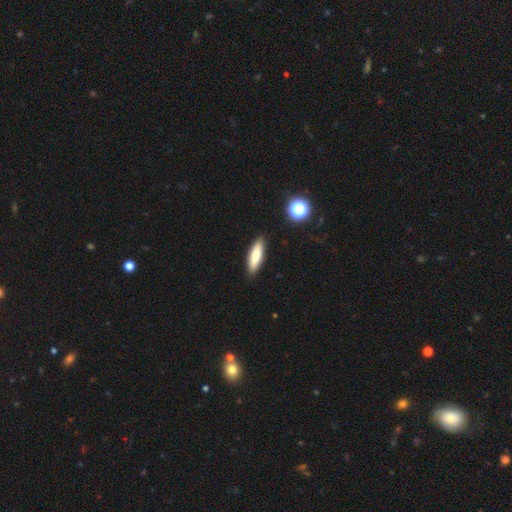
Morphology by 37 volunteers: smooth 86%, featured or disk 11%, star or artifact 3%. Down the decision tree: how rounded — in between (53%); merging — none (94%).